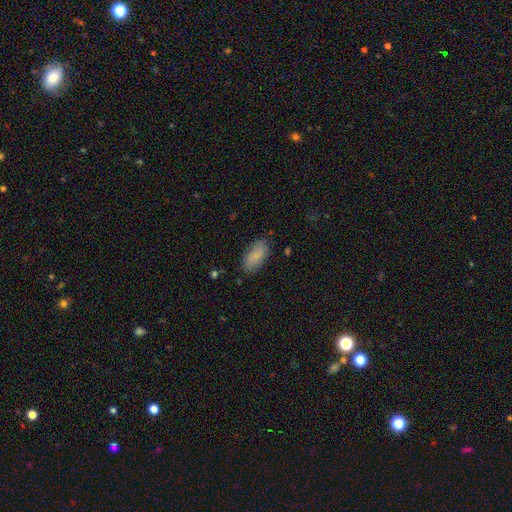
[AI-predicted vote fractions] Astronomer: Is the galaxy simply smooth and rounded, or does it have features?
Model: smooth — 84%.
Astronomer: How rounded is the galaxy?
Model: in between — 91%.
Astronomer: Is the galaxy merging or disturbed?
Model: none — 82%.